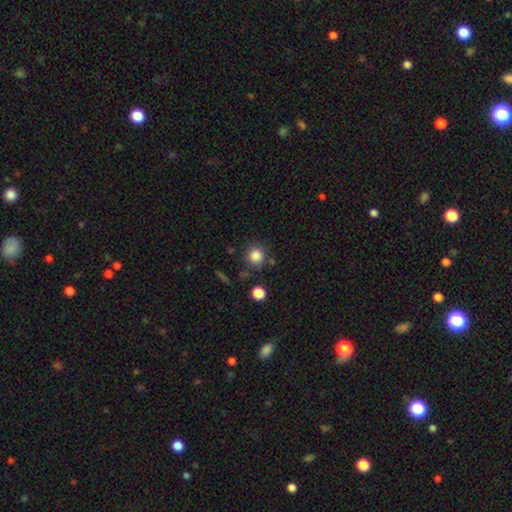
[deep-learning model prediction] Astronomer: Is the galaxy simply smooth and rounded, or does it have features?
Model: smooth — 84%.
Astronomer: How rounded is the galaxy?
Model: round — 92%.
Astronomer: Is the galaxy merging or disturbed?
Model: none — 79%.